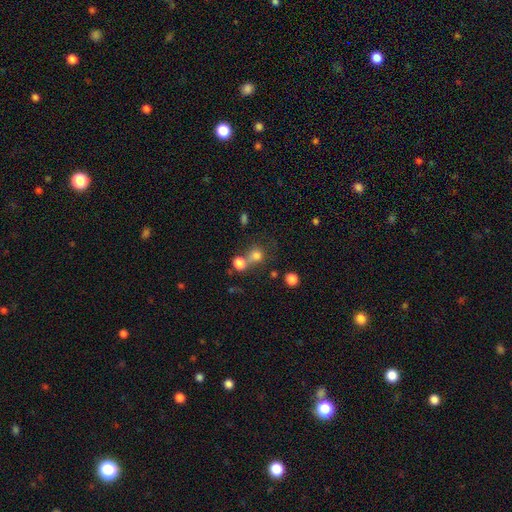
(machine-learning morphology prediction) Overall: smooth (76%). How rounded: round (84%). Merging: none (50%; merger 37%).